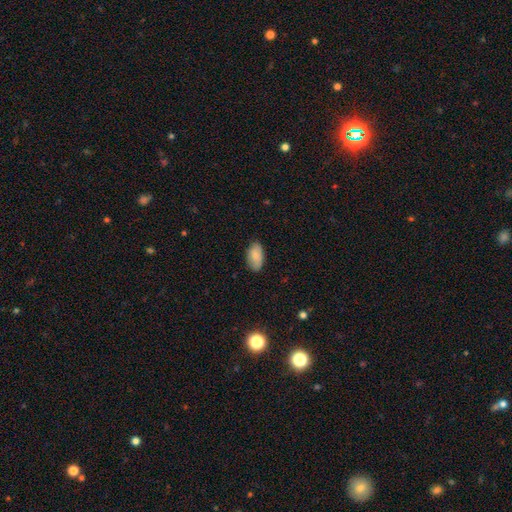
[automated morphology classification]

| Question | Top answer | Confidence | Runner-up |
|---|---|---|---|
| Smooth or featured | smooth | 85% | featured or disk (9%) |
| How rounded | in between | 94% | round (3%) |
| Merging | none | 79% | minor disturbance (17%) |